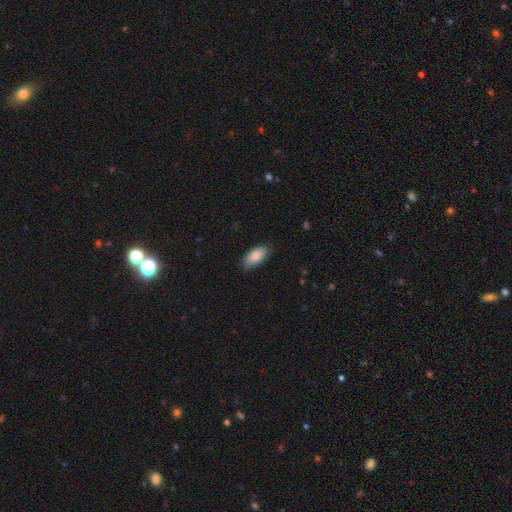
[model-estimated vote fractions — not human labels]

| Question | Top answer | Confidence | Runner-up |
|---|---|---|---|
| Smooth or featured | smooth | 83% | featured or disk (11%) |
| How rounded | in between | 90% | cigar-shaped (7%) |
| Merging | none | 78% | minor disturbance (18%) |